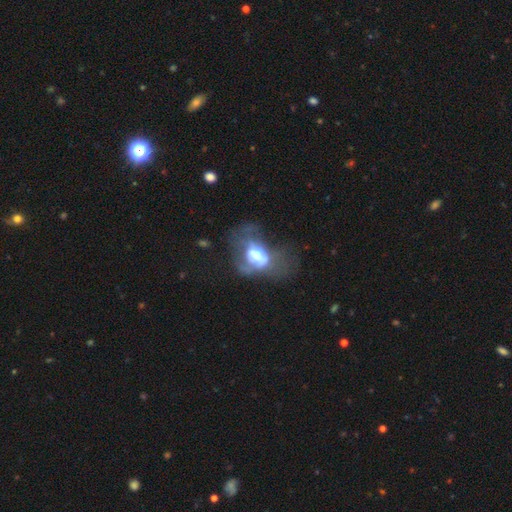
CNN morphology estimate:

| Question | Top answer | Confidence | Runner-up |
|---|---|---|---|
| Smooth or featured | featured or disk | 49% | smooth (39%) |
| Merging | major disturbance | 51% | none (23%) |